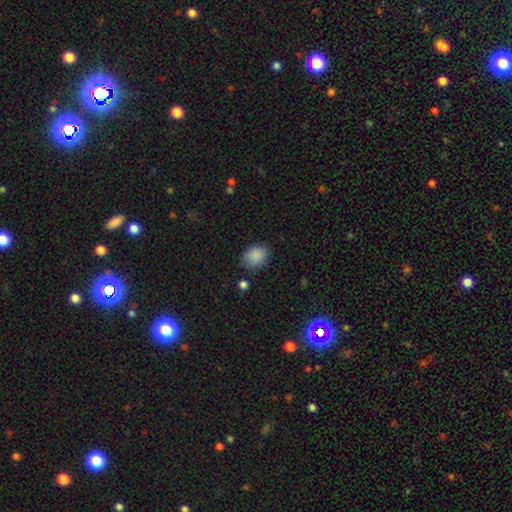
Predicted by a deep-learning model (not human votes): This appears to be a smooth galaxy with no disk features (87%) that is in between round and cigar-shaped (51%). Merging: none (79%).